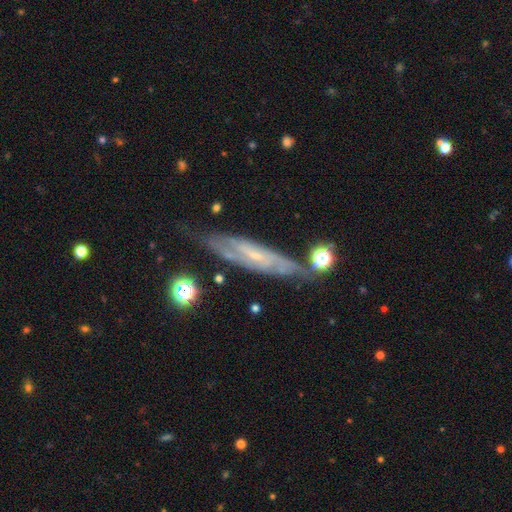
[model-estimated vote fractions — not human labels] Smooth or featured?
  - featured or disk: 78% *
  - smooth: 15%
  - star or artifact: 7%
Edge-on disk?
  - no: 65% *
  - yes: 35%
Bar?
  - no: 43% *
  - weak: 40%
  - strong: 16%
Spiral arms?
  - yes: 88% *
  - no: 12%
Bulge size?
  - small: 75% *
  - moderate: 16%
  - none: 7%
  - large: 1%
  - dominant: 1%
Merging?
  - none: 70% *
  - minor disturbance: 19%
  - major disturbance: 7%
  - merger: 4%